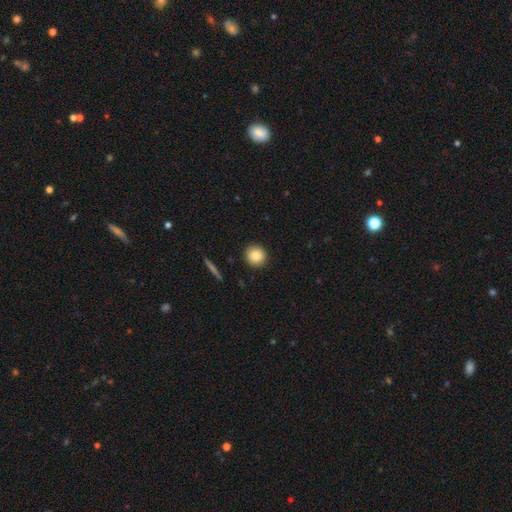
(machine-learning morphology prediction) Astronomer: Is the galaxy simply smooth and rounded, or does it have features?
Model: smooth — 85%.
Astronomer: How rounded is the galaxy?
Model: round — 94%.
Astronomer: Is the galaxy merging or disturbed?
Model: none — 92%.